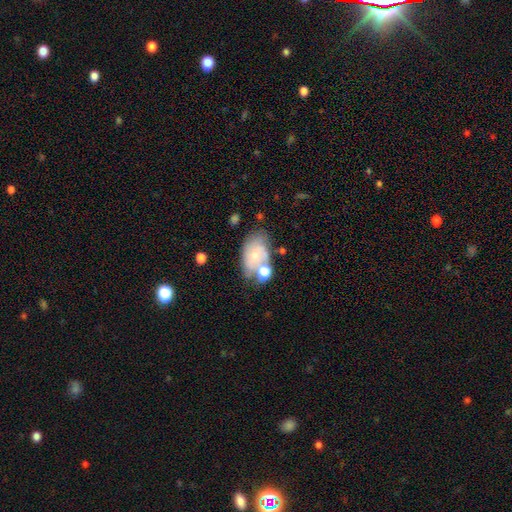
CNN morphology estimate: This is possibly a smooth galaxy (46%). Merging: marginally none (42%).